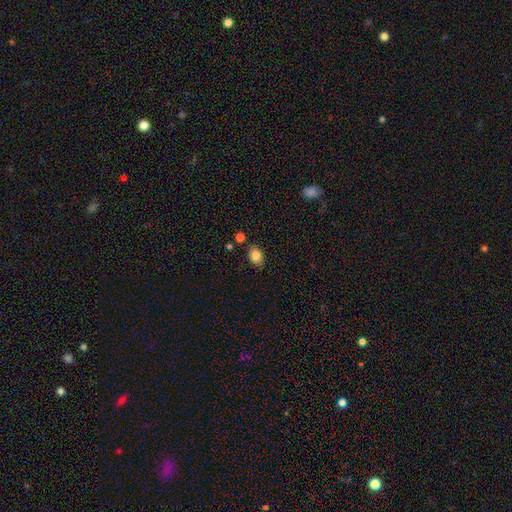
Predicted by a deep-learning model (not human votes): This is clearly a smooth galaxy (84%). How rounded: likely in between (73%). Merging: clearly none (82%).